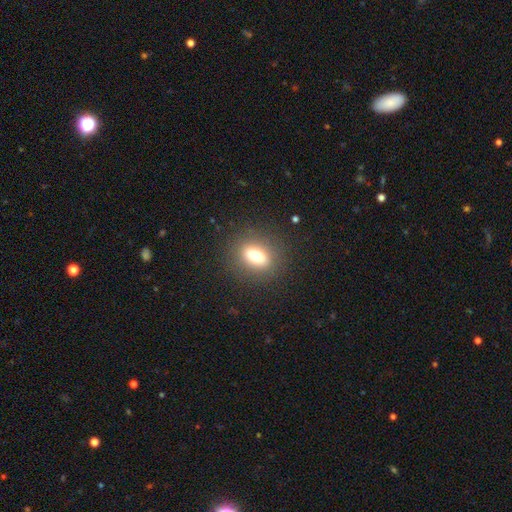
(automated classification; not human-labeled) The model was most divided on "how rounded": in between: 61%, round: 36%, cigar-shaped: 3%. More confident: merging — none (87%); smooth or featured — smooth (73%).